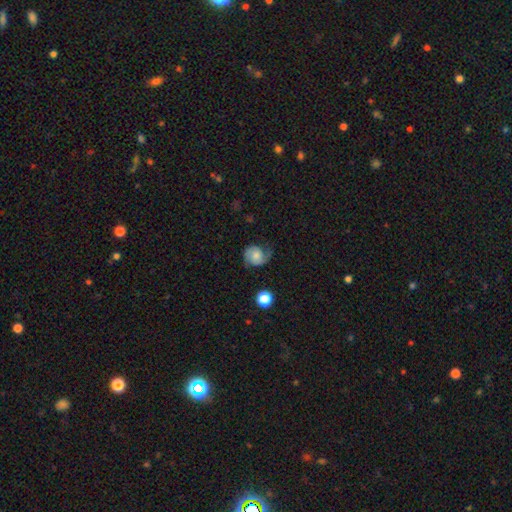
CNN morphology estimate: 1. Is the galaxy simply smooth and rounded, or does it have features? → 58% featured or disk, 33% smooth, 9% star or artifact.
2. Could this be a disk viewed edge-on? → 98% no, 2% yes.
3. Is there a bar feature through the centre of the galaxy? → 70% no, 25% weak, 4% strong.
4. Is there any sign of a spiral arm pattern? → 92% yes, 8% no.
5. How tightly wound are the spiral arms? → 45% medium, 29% tight, 27% loose.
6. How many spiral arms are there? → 77% 2, 14% 1, 7% can't tell, 1% 3, 1% 4, 1% more than 4.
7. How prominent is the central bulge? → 41% moderate, 37% small, 11% none, 9% large, 3% dominant.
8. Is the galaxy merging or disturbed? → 59% none, 25% minor disturbance, 14% major disturbance, 2% merger.